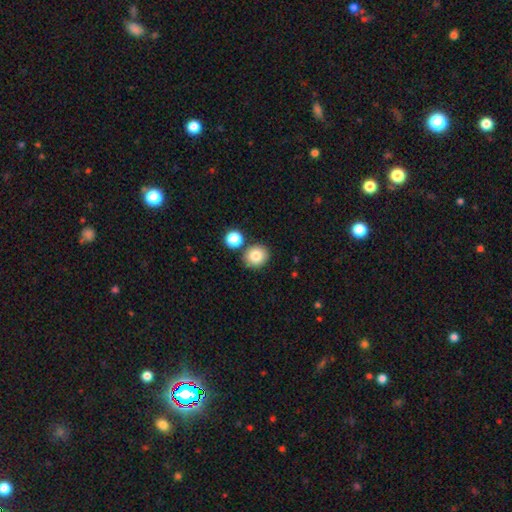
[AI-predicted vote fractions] This is clearly a smooth galaxy (83%). How rounded: likely round (80%). Merging: likely none (80%).